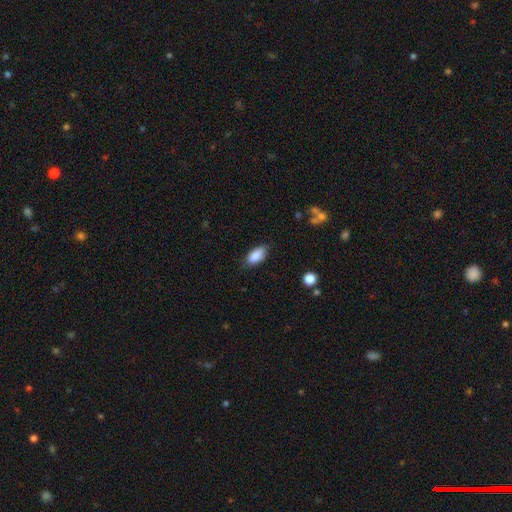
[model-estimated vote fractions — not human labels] A smooth galaxy with no disk features (87%) that is in between round and cigar-shaped (91%). Merging: none (74%).